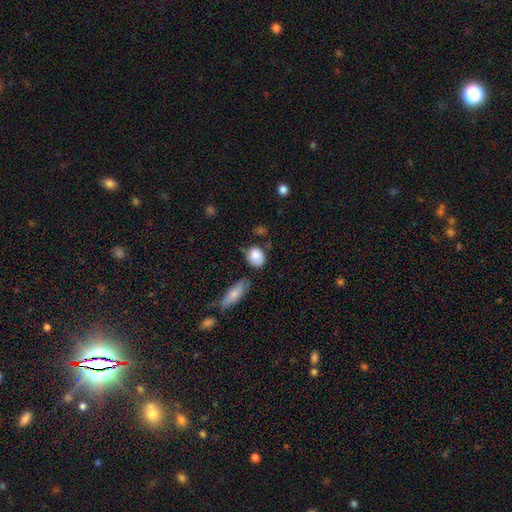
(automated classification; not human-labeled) The model was most divided on "how rounded": round: 57%, in between: 40%, cigar-shaped: 2%. More confident: smooth or featured — smooth (85%); merging — none (61%).